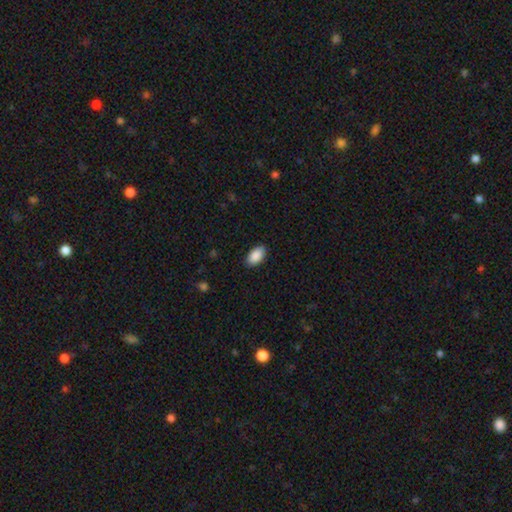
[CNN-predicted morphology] Smooth or featured: smooth — 90% (star or artifact — 6%)
How rounded: in between — 94% (round — 4%)
Merging: none — 86% (minor disturbance — 11%)